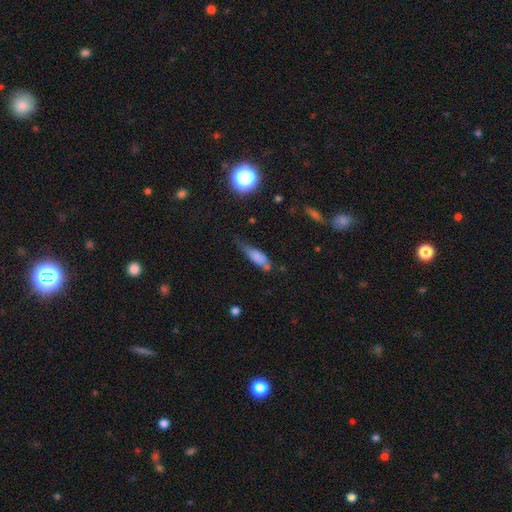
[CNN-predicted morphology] Smooth or featured? Predicted: smooth (p=0.72). How rounded? Predicted: in between (p=0.55). Merging? Predicted: minor disturbance (p=0.41).